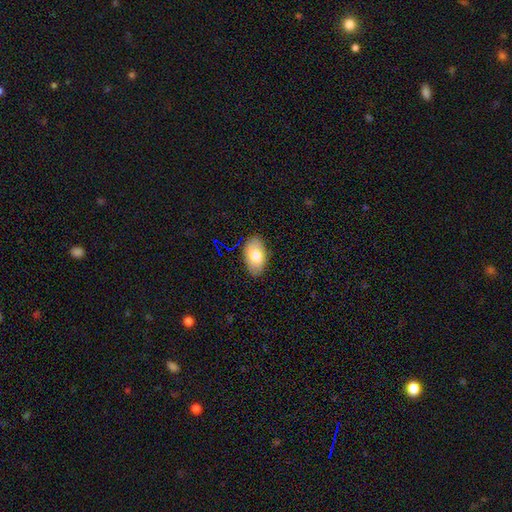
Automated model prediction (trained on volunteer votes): smooth_or_featured: smooth (p=0.75) [alt: featured or disk p=0.18]
how_rounded: in between (p=0.93) [alt: round p=0.06]
merging: none (p=0.86) [alt: minor disturbance p=0.11]